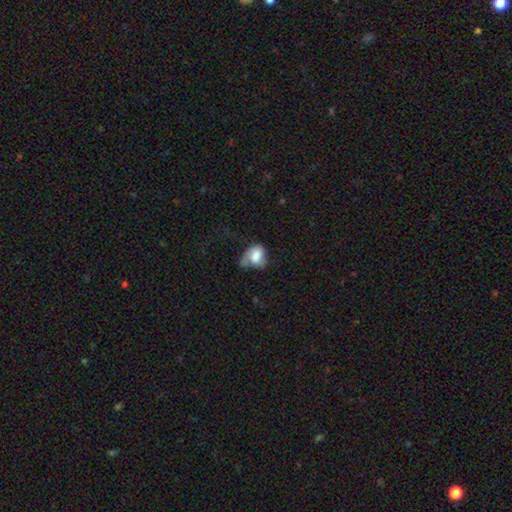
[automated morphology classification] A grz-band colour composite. It shows a smooth galaxy with no disk features (73%) that is in between round and cigar-shaped (63%). Merging: minor disturbance (32%, tied with major disturbance).